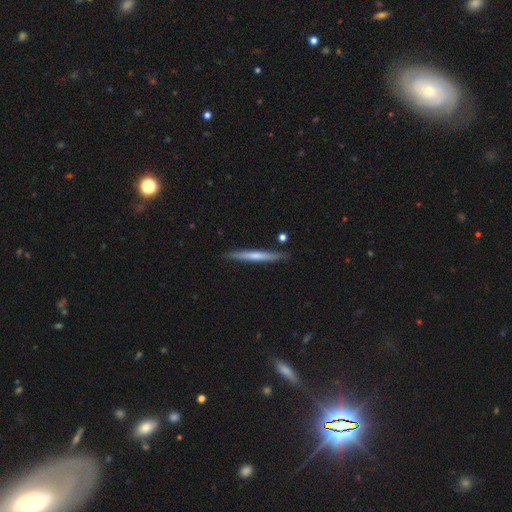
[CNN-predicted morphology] Q: Smooth or featured?
A: smooth (50%); runner-up: featured or disk (45%)
Q: Merging?
A: none (87%); runner-up: minor disturbance (10%)